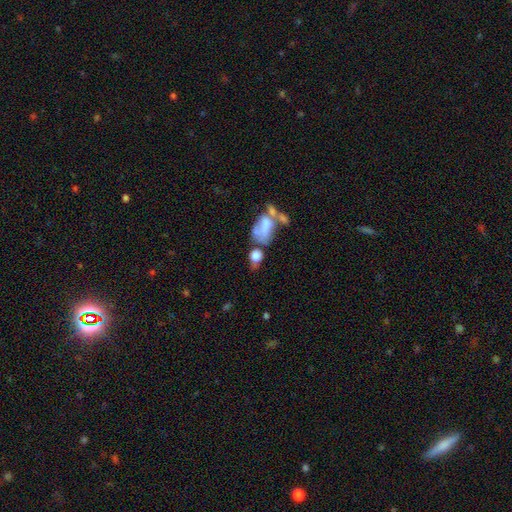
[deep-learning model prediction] This appears to be a smooth galaxy with no disk features (65%) that is in between round and cigar-shaped (73%). Merging: merger (45%).